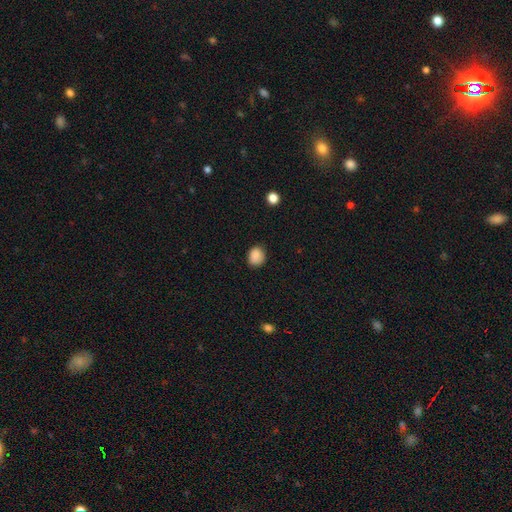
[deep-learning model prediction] Q: Smooth or featured?
A: smooth (88%); runner-up: star or artifact (9%)
Q: How rounded?
A: round (64%); runner-up: in between (35%)
Q: Merging?
A: none (80%); runner-up: minor disturbance (15%)